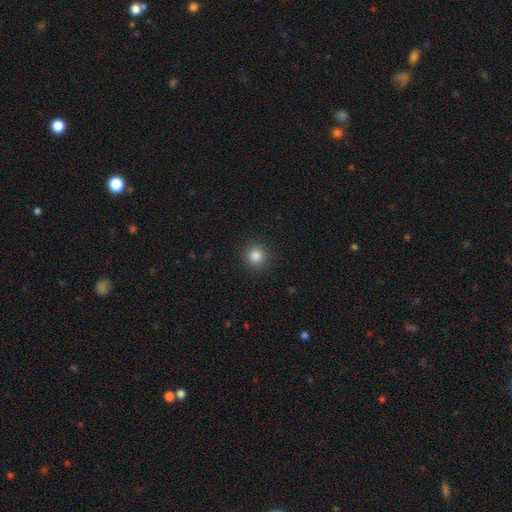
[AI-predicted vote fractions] A smooth galaxy with no disk features (85%) that is round (94%). Merging: none (91%).